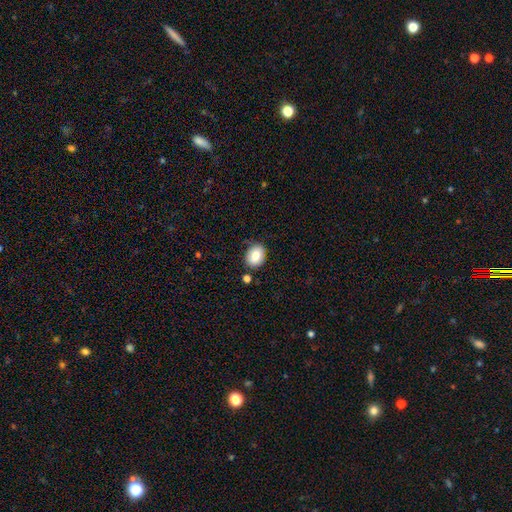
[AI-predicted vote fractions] Q: Smooth or featured?
A: smooth (83%); runner-up: featured or disk (9%)
Q: How rounded?
A: in between (58%); runner-up: round (41%)
Q: Merging?
A: none (79%); runner-up: minor disturbance (13%)